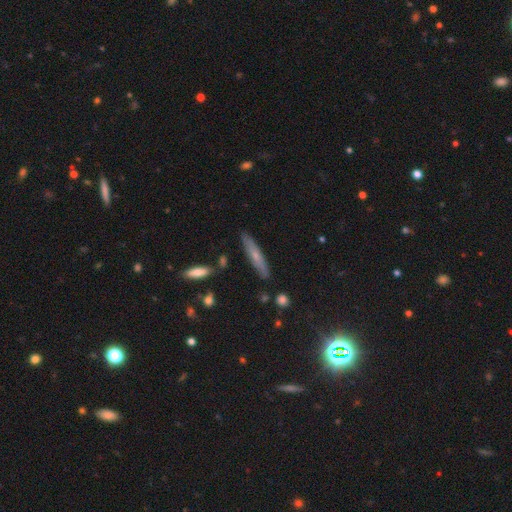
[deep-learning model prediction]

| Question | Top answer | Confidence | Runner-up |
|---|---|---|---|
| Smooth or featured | smooth | 50% | featured or disk (43%) |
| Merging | none | 84% | minor disturbance (11%) |